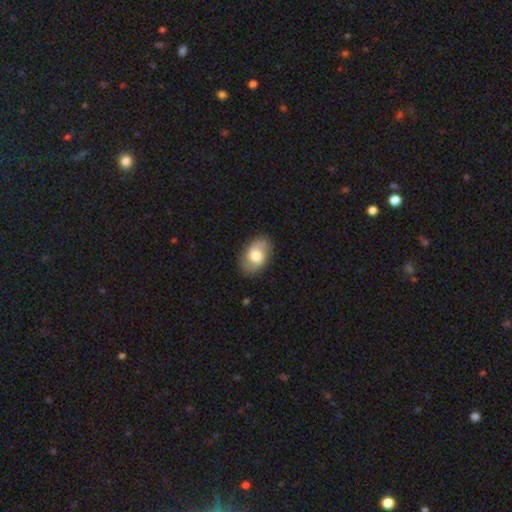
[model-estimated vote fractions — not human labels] Morphology: type=smooth (55%); roundness=in between (85%); merging=none (84%).